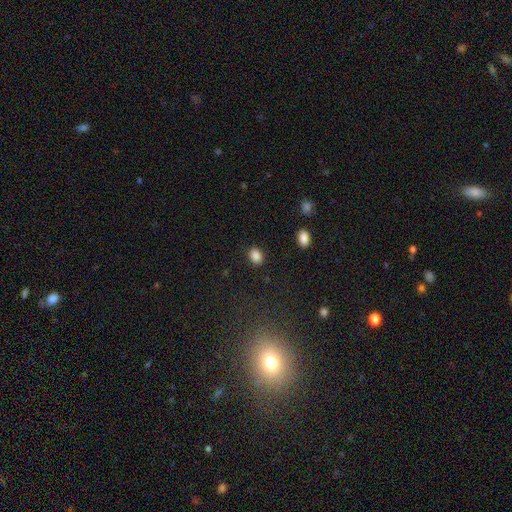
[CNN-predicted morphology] smooth_or_featured: smooth (p=0.87) [alt: star or artifact p=0.09]
how_rounded: in between (p=0.65) [alt: round p=0.34]
merging: none (p=0.87) [alt: minor disturbance p=0.09]